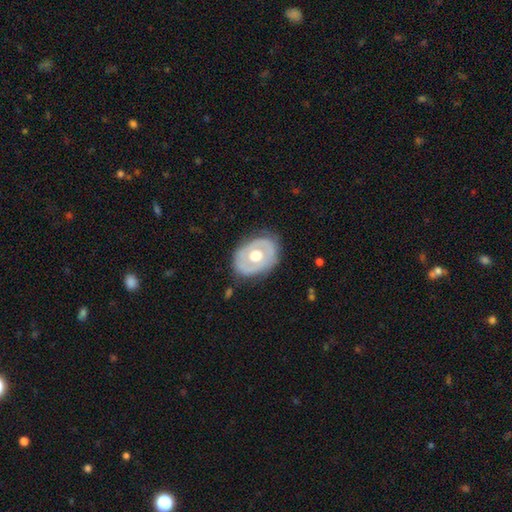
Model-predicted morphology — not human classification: Q: Smooth or featured?
A: featured or disk (57%); runner-up: smooth (38%)
Q: Edge-on disk?
A: no (93%); runner-up: yes (7%)
Q: Bar?
A: no (88%); runner-up: weak (10%)
Q: Spiral arms?
A: no (83%); runner-up: yes (17%)
Q: Bulge size?
A: moderate (66%); runner-up: large (28%)
Q: Merging?
A: none (78%); runner-up: minor disturbance (16%)